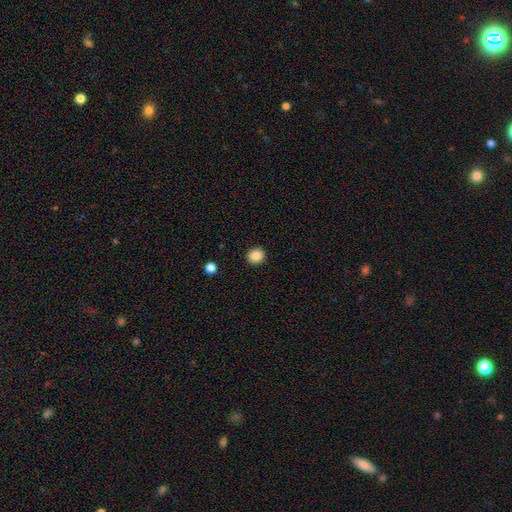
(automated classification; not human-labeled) smooth_or_featured: smooth (p=0.87) [alt: star or artifact p=0.09]
how_rounded: round (p=0.85) [alt: in between p=0.14]
merging: none (p=0.92) [alt: minor disturbance p=0.05]